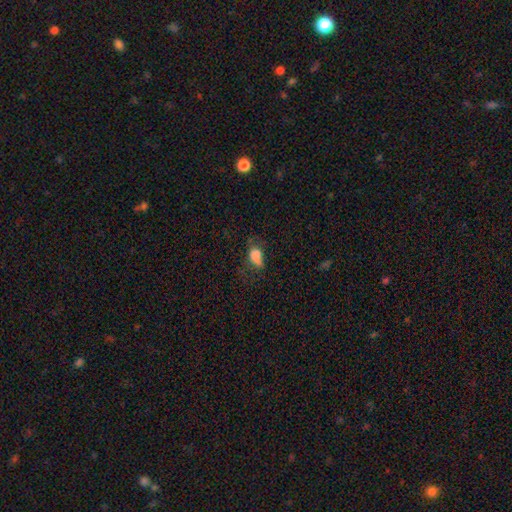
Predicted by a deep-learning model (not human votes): Q: Smooth or featured?
A: smooth (78%); runner-up: star or artifact (12%)
Q: How rounded?
A: in between (79%); runner-up: round (17%)
Q: Merging?
A: none (37%); runner-up: minor disturbance (31%)